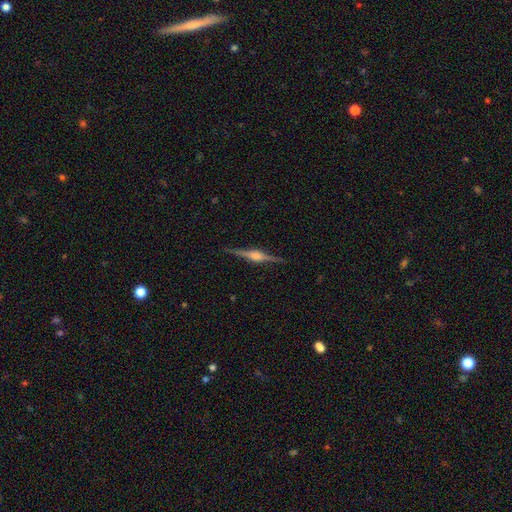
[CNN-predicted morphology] Smooth or featured? Predicted: featured or disk (p=0.86). Edge-on disk? Predicted: yes (p=0.98). Edge-on bulge? Predicted: rounded (p=0.85). Merging? Predicted: none (p=0.90).